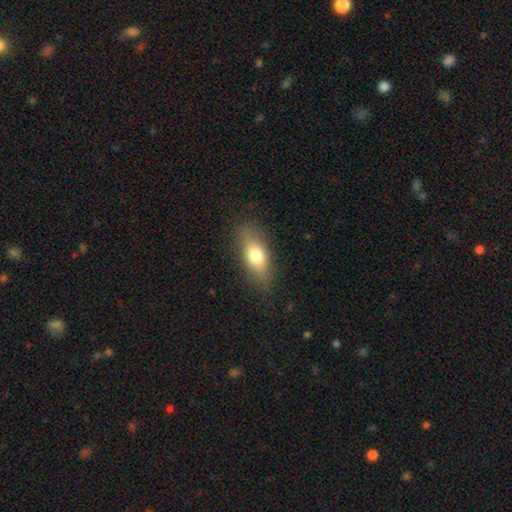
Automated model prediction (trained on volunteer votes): Smooth or featured?
  - smooth: 72% *
  - featured or disk: 20%
  - star or artifact: 7%
How rounded?
  - in between: 76% *
  - cigar-shaped: 19%
  - round: 5%
Merging?
  - none: 80% *
  - minor disturbance: 15%
  - major disturbance: 4%
  - merger: 1%